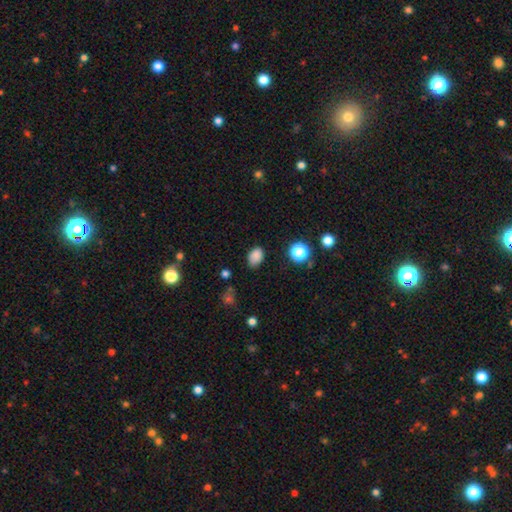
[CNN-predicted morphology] This is clearly a smooth galaxy (84%). How rounded: likely in between (78%). Merging: likely none (78%).